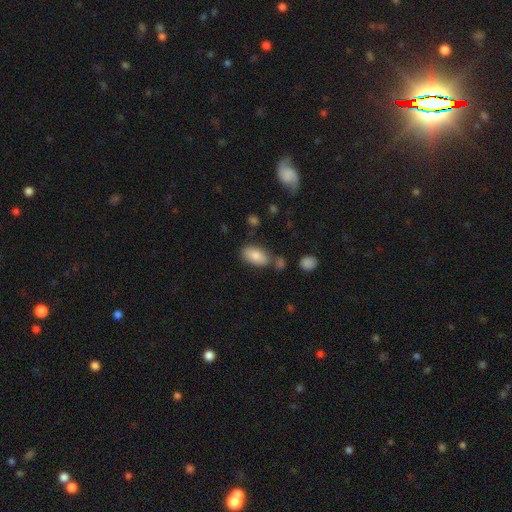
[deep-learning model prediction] smooth 80%, featured or disk 13%, star or artifact 7%. Down the decision tree: how rounded — in between (93%); merging — none (71%).